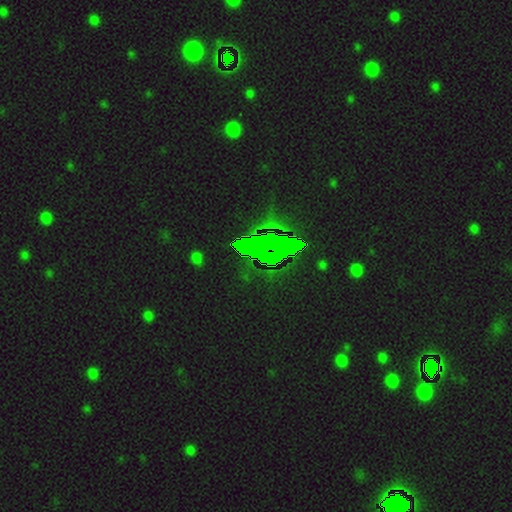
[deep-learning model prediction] Q: Smooth or featured?
A: star or artifact (71%); runner-up: smooth (15%)